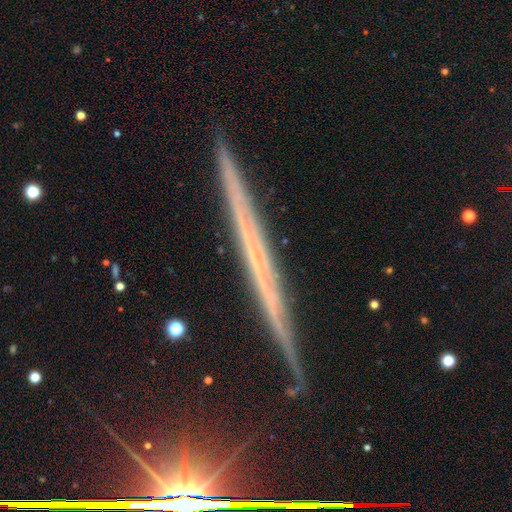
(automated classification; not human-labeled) A featured or disk galaxy (61%) viewed edge-on (97%) with no central bulge (88%).

Vote fractions:
- Smooth or featured? featured or disk: 61% / smooth: 22% / star or artifact: 17%
- Edge-on disk? yes: 97% / no: 3%
- Edge-on bulge? none: 88% / rounded: 8% / boxy: 4%
- Merging? none: 89% / minor disturbance: 8% / major disturbance: 1% / merger: 1%